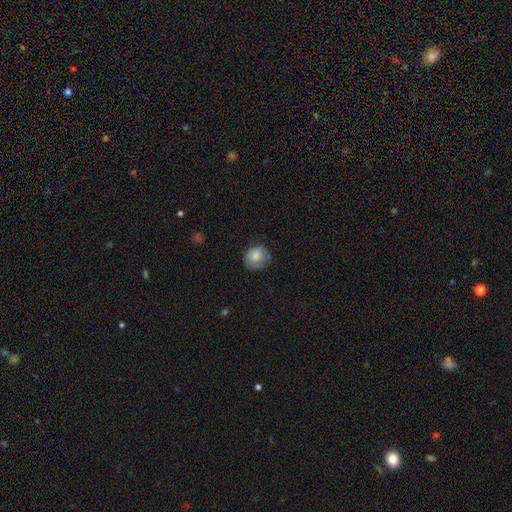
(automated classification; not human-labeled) smooth_or_featured: smooth (p=0.77) [alt: featured or disk p=0.15]
how_rounded: round (p=0.78) [alt: in between p=0.22]
merging: none (p=0.68) [alt: minor disturbance p=0.24]